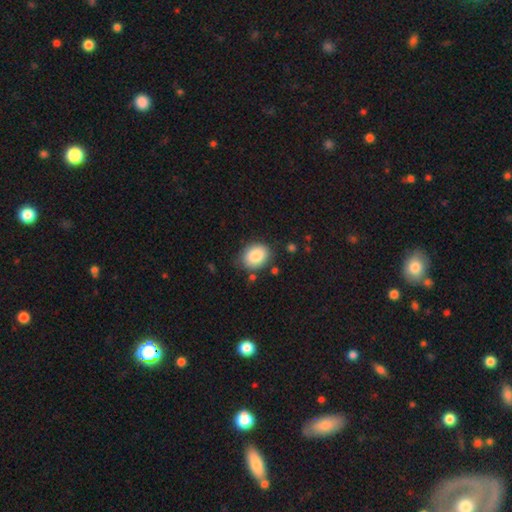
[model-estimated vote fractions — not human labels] Smooth or featured: smooth — 86% (star or artifact — 8%)
How rounded: in between — 55% (round — 44%)
Merging: none — 80% (minor disturbance — 14%)